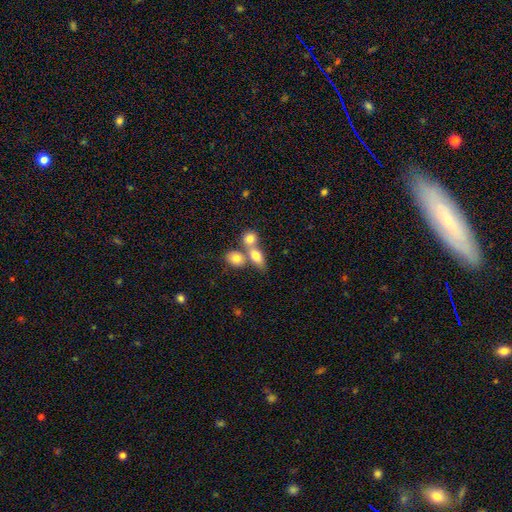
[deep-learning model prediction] Smooth or featured? smooth (75%)
How rounded? in between (72%)
Merging? merger (55%)